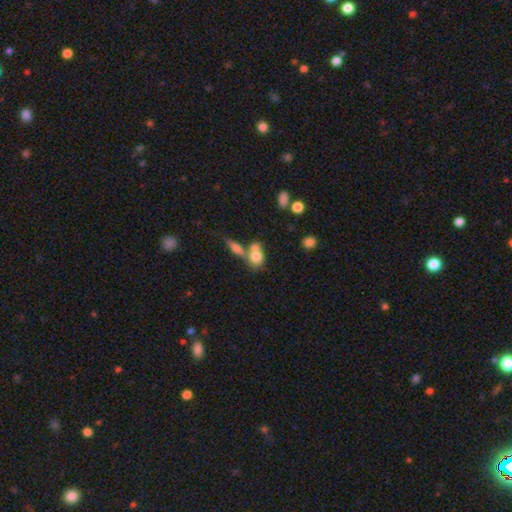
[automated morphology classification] A smooth galaxy with no disk features (74%) that is in between round and cigar-shaped (60%).

Vote fractions:
- Smooth or featured? smooth: 74% / featured or disk: 17% / star or artifact: 9%
- How rounded? in between: 60% / round: 36% / cigar-shaped: 4%
- Merging? merger: 53% / none: 31% / minor disturbance: 10% / major disturbance: 6%